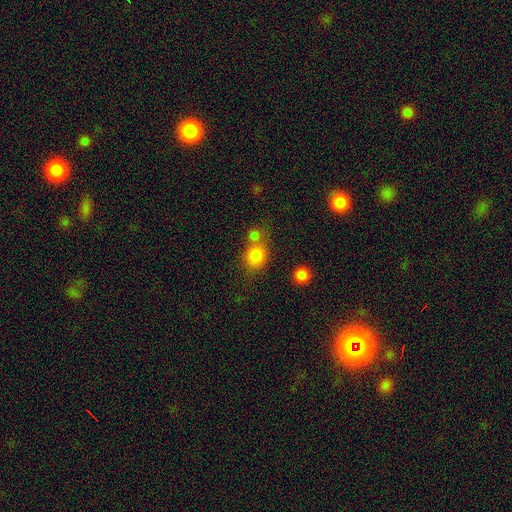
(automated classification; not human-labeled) Smooth or featured: smooth — 81% (star or artifact — 11%)
How rounded: round — 66% (in between — 32%)
Merging: none — 49% (merger — 35%)